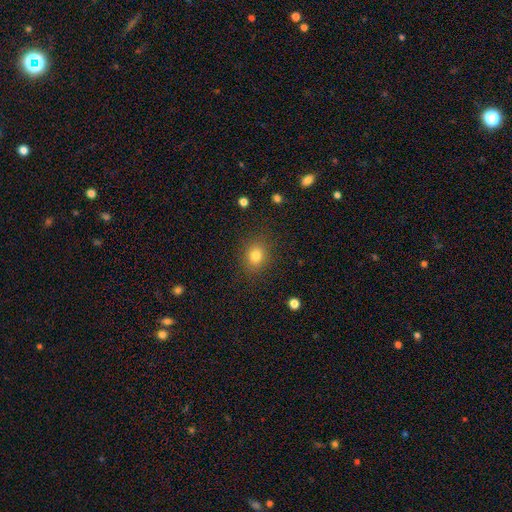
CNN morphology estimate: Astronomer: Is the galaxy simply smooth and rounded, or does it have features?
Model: smooth — 80%.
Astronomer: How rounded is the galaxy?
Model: round — 61% (runner-up: in between, 38%).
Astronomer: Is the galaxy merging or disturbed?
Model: none — 86%.